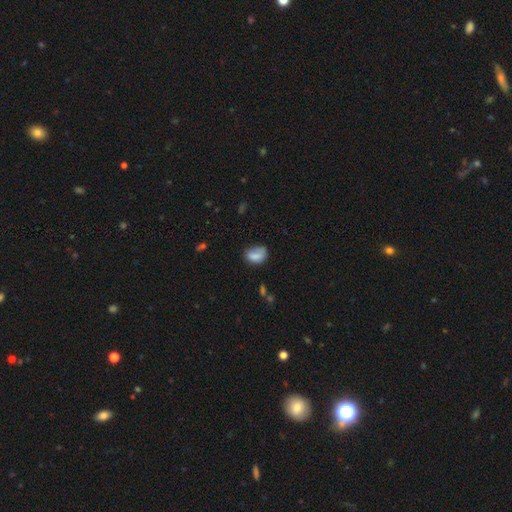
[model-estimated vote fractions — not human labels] smooth 78%, featured or disk 13%, star or artifact 9%. Down the decision tree: how rounded — in between (73%); merging — none (51%).